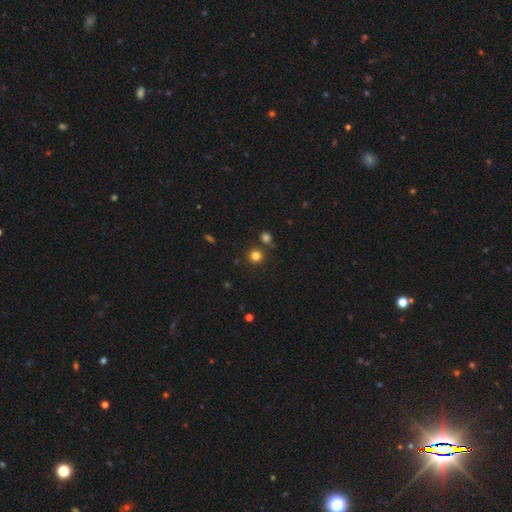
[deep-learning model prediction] Q: Smooth or featured?
A: smooth (79%); runner-up: star or artifact (15%)
Q: How rounded?
A: round (92%); runner-up: in between (7%)
Q: Merging?
A: none (82%); runner-up: merger (8%)